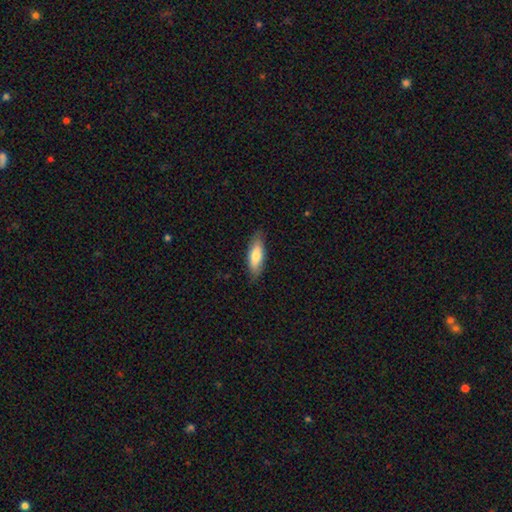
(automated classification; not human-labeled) smooth 74%, featured or disk 21%, star or artifact 6%. Down the decision tree: how rounded — in between (60%); merging — none (82%).